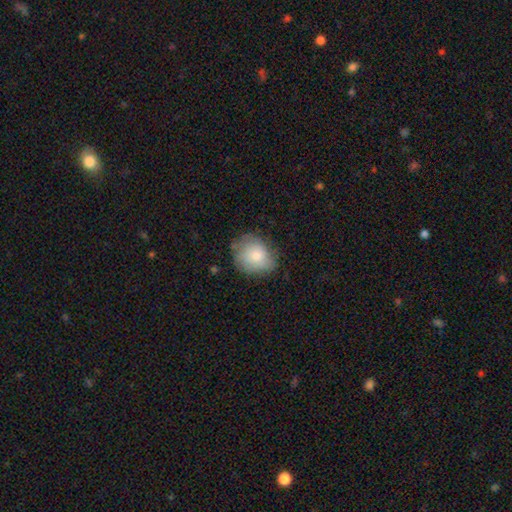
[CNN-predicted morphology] Smooth or featured: smooth — 79% (featured or disk — 13%)
How rounded: round — 66% (in between — 33%)
Merging: none — 66% (minor disturbance — 25%)